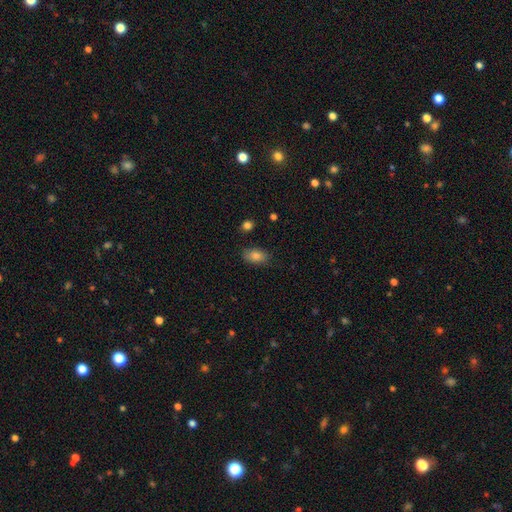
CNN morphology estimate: Smooth or featured: smooth — 82% (star or artifact — 9%)
How rounded: in between — 90% (round — 8%)
Merging: none — 81% (minor disturbance — 14%)